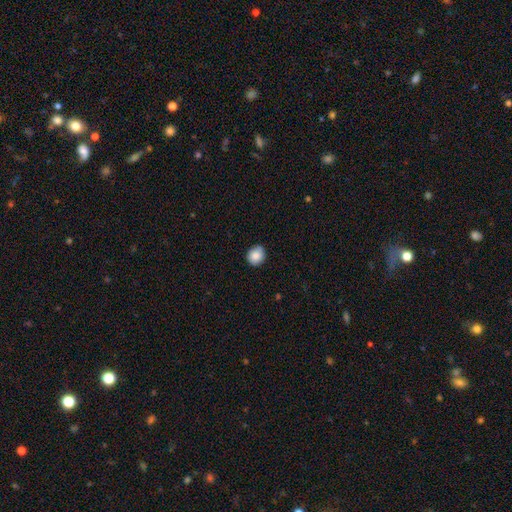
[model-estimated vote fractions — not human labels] A smooth galaxy with no disk features (87%) that is round (74%). Merging: none (82%).